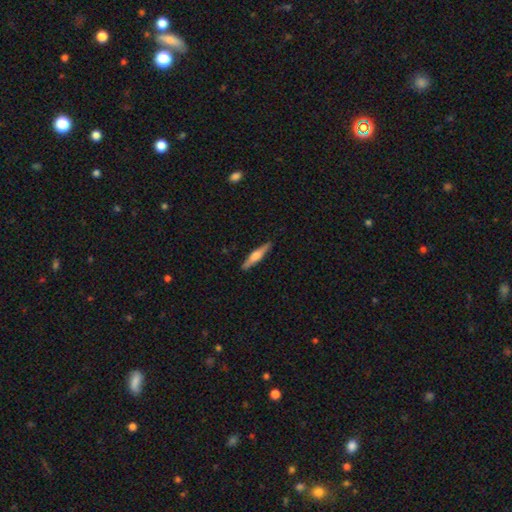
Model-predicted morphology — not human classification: Q: Smooth or featured?
A: featured or disk (57%); runner-up: smooth (37%)
Q: Edge-on disk?
A: yes (97%); runner-up: no (3%)
Q: Edge-on bulge?
A: rounded (81%); runner-up: boxy (13%)
Q: Merging?
A: none (90%); runner-up: minor disturbance (7%)